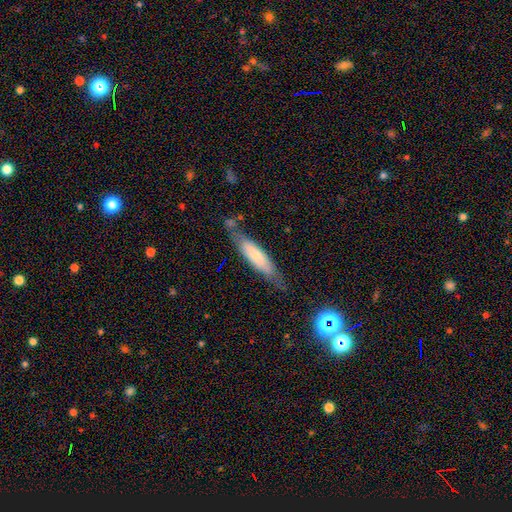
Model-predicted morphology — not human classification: A smooth galaxy with no disk features (61%) that is cigar-shaped (72%). Merging: none (66%).